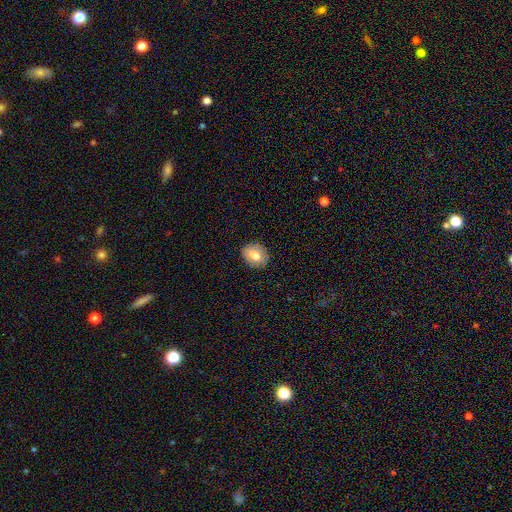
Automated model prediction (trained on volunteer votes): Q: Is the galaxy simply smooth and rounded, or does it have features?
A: smooth — 72%.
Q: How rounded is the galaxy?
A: in between — 59%.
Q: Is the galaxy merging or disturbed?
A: none — 83%.